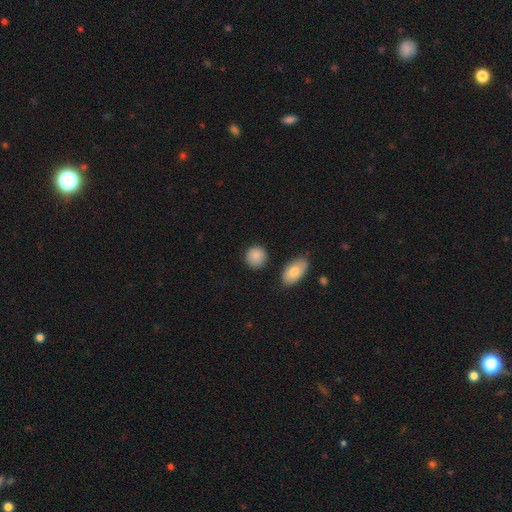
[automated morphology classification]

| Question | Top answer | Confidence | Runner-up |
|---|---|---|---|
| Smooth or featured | smooth | 87% | star or artifact (7%) |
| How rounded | round | 81% | in between (17%) |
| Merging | none | 84% | minor disturbance (10%) |